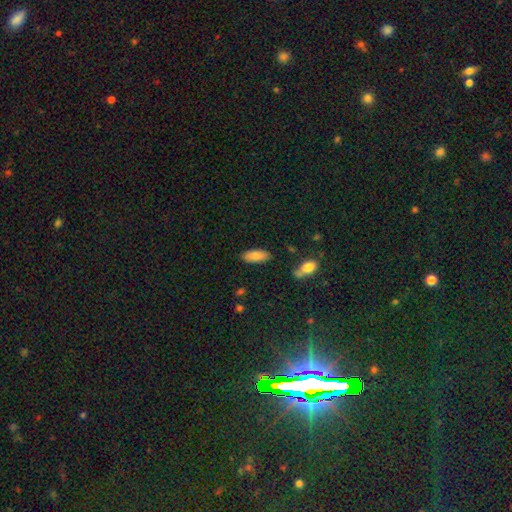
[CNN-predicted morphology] smooth_or_featured: smooth (p=0.82) [alt: featured or disk p=0.11]
how_rounded: in between (p=0.84) [alt: cigar-shaped p=0.14]
merging: none (p=0.83) [alt: minor disturbance p=0.11]